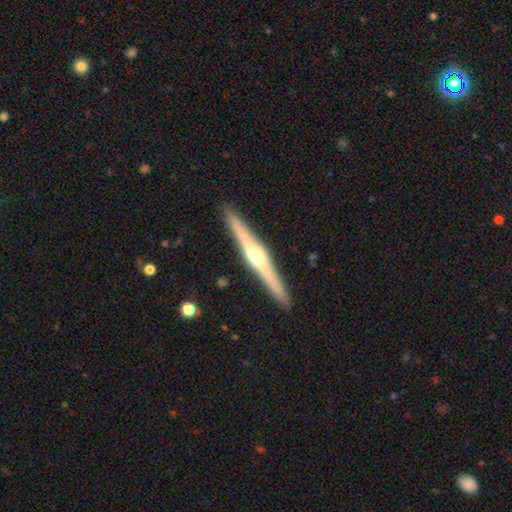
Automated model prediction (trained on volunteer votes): This appears to be a featured or disk galaxy (80%) viewed edge-on (98%) with a rounded central bulge (89%). Merging: none (93%).